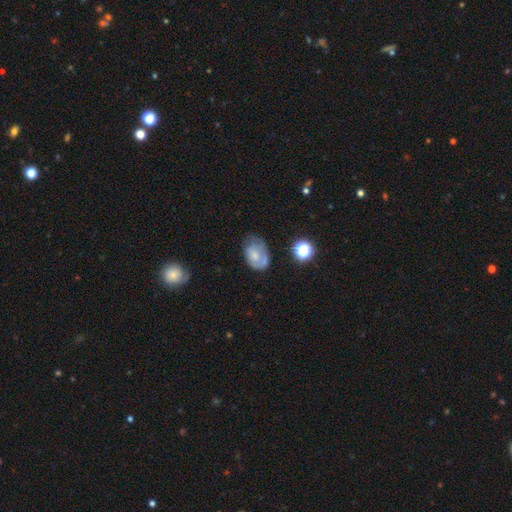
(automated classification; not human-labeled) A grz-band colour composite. It shows a smooth galaxy with no disk features (54%) that is in between round and cigar-shaped (77%). Merging: none (43%).